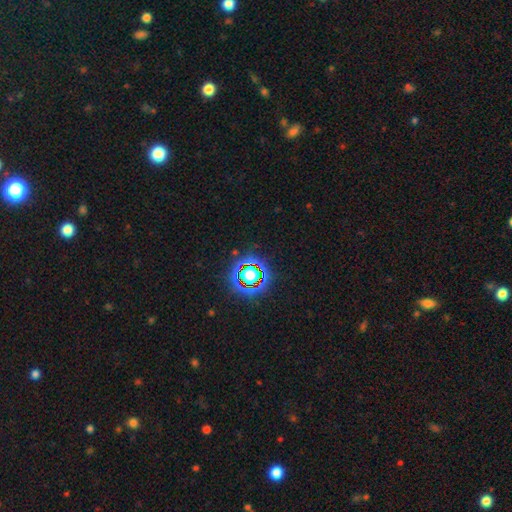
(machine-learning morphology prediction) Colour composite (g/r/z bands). It shows a star or artifact, not a galaxy (80%).